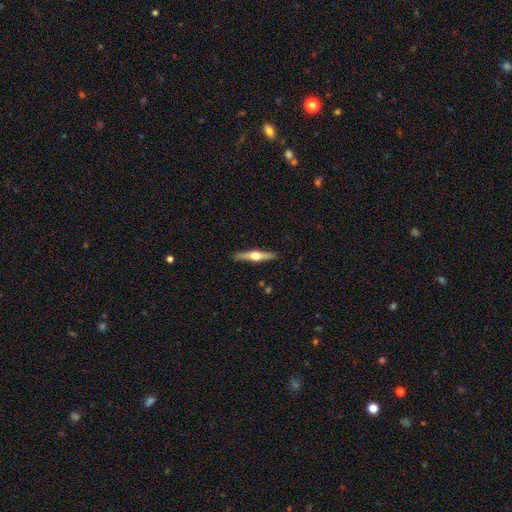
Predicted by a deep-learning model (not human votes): Smooth or featured? Predicted: featured or disk (p=0.70). Edge-on disk? Predicted: yes (p=0.98). Edge-on bulge? Predicted: rounded (p=0.94). Merging? Predicted: none (p=0.90).